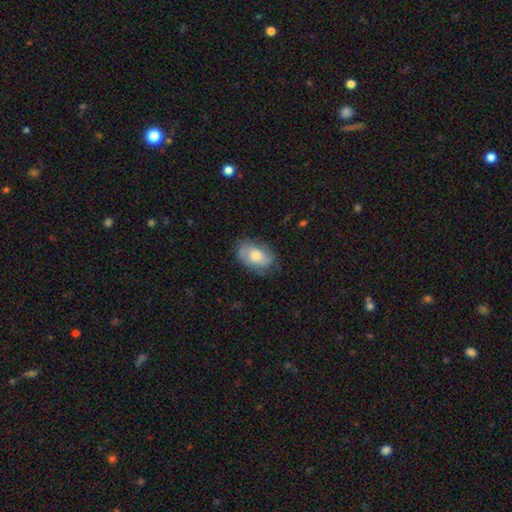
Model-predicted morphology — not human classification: Smooth or featured: featured or disk — 46% (tied with smooth — 46%)
Merging: none — 69% (minor disturbance — 23%)